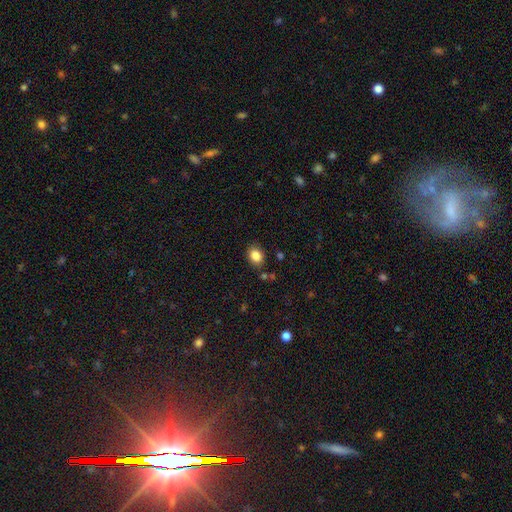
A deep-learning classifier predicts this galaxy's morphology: smooth-or-featured: smooth: 86% | star or artifact: 9% | featured or disk: 5%
  how-rounded: in between: 57% | round: 42% | cigar-shaped: 1%
  merging: none: 82% | minor disturbance: 11% | merger: 3% | major disturbance: 3%